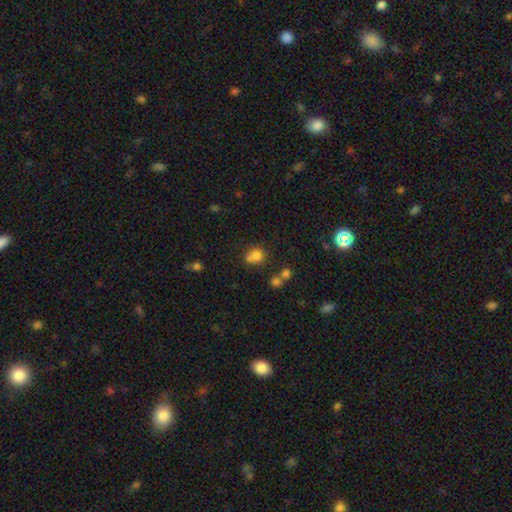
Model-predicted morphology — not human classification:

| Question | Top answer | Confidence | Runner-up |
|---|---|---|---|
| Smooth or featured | smooth | 76% | star or artifact (14%) |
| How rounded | round | 80% | in between (19%) |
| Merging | none | 52% | merger (31%) |